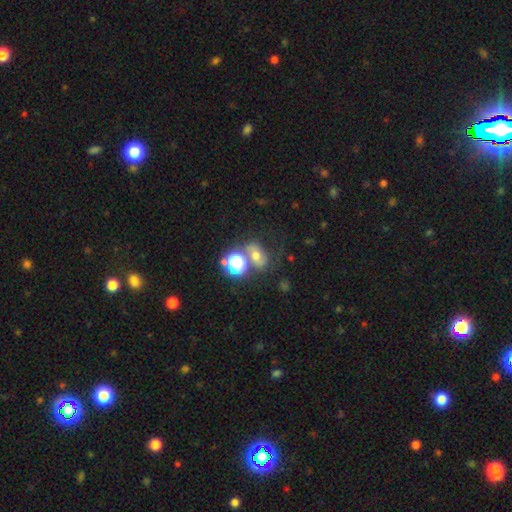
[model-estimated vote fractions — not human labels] A smooth galaxy with no disk features (55%) that is in between round and cigar-shaped (49%, tied with round).

Vote fractions:
- Smooth or featured? smooth: 55% / star or artifact: 24% / featured or disk: 22%
- How rounded? in between: 49% (tied) / round: 49% (tied) / cigar-shaped: 2%
- Merging? none: 44% / merger: 31% / minor disturbance: 14% / major disturbance: 10%